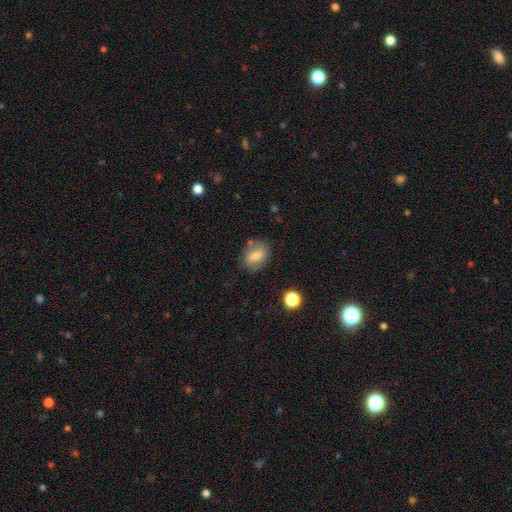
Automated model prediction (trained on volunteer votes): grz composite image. It shows a smooth galaxy with no disk features (68%) that is in between round and cigar-shaped (67%). Merging: none (74%).